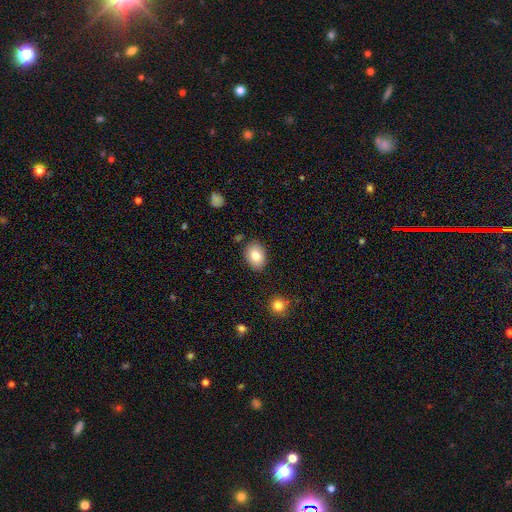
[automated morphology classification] Q: Smooth or featured?
A: smooth (81%); runner-up: featured or disk (12%)
Q: How rounded?
A: in between (75%); runner-up: round (24%)
Q: Merging?
A: none (85%); runner-up: minor disturbance (11%)